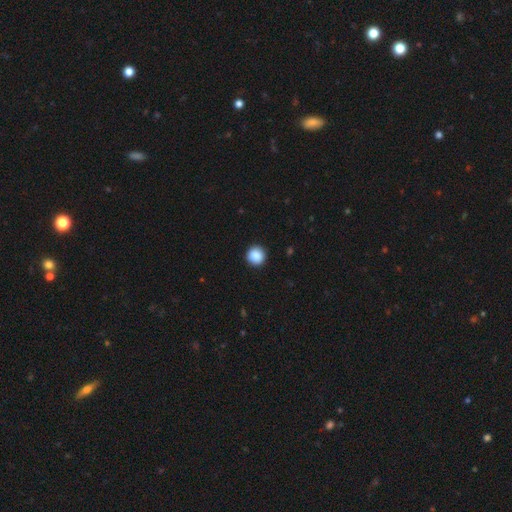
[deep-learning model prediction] smooth 89%, star or artifact 8%, featured or disk 3%. Down the decision tree: how rounded — round (95%); merging — none (93%).